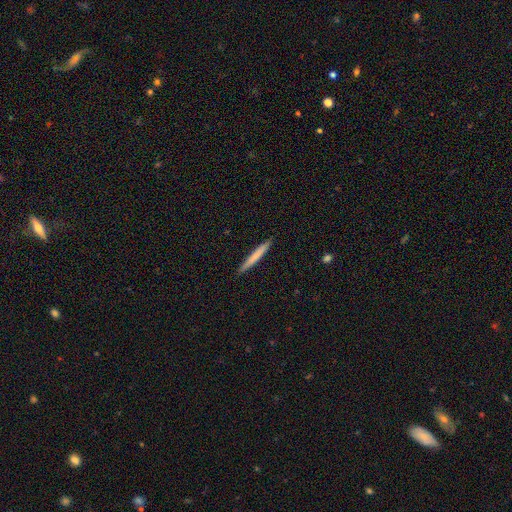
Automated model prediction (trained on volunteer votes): smooth-or-featured: smooth: 70% | featured or disk: 24% | star or artifact: 5%
  how-rounded: cigar-shaped: 96% | in between: 3% | round: 1%
  merging: none: 91% | minor disturbance: 7% | major disturbance: 1% | merger: 1%